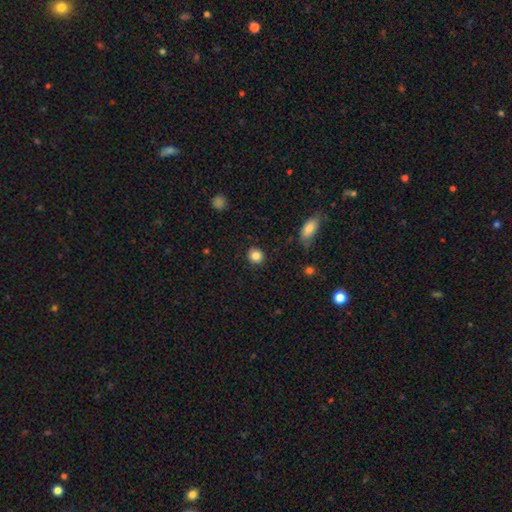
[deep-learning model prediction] smooth_or_featured: smooth (p=0.84) [alt: star or artifact p=0.10]
how_rounded: round (p=0.87) [alt: in between p=0.12]
merging: none (p=0.90) [alt: minor disturbance p=0.07]